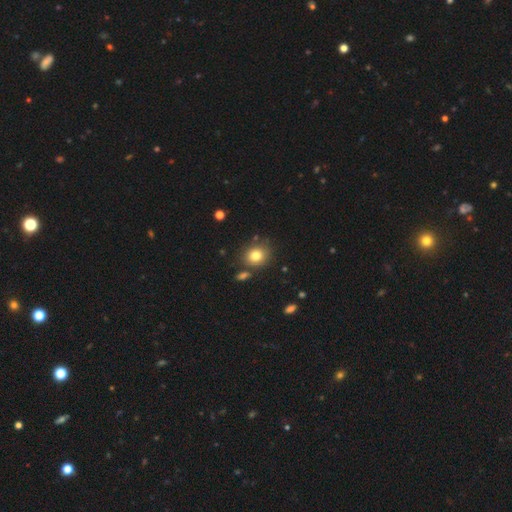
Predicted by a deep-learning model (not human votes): smooth-or-featured: smooth: 80% | star or artifact: 11% | featured or disk: 9%
  how-rounded: round: 74% | in between: 25% | cigar-shaped: 1%
  merging: none: 77% | minor disturbance: 12% | merger: 8% | major disturbance: 3%